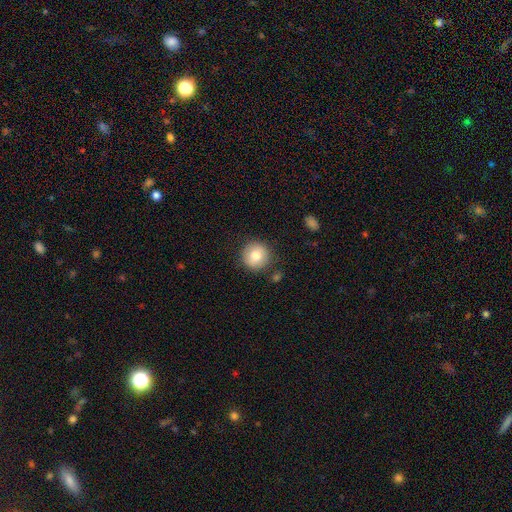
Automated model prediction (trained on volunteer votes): Smooth or featured? smooth (80%)
How rounded? round (94%)
Merging? none (85%)